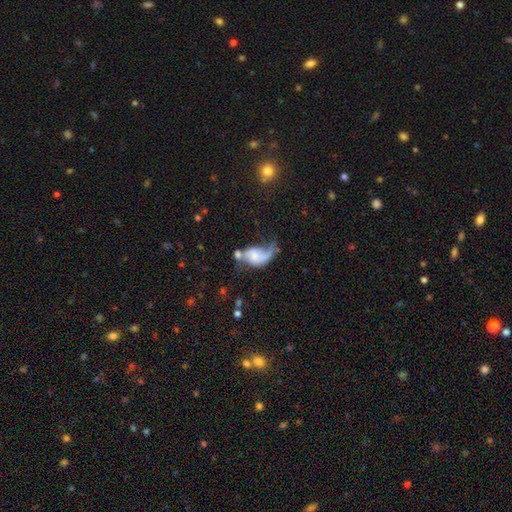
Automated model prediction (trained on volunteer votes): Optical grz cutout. It shows a featured or disk galaxy (61%) with no bar (63%), spiral arms (82%) and a small central bulge (37%). Merging: major disturbance (34%).